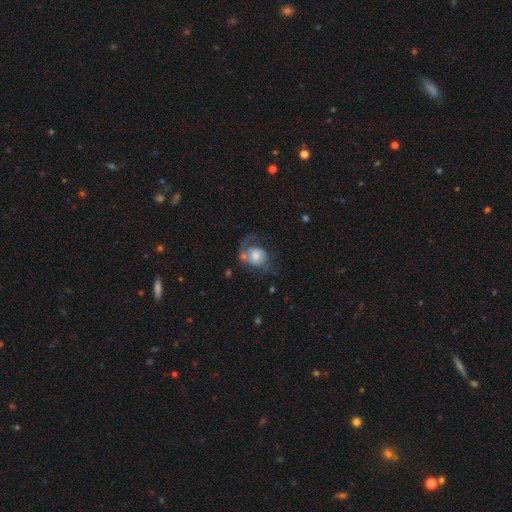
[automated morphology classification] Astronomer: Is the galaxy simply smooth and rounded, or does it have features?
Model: featured or disk — 55% (runner-up: smooth, 37%).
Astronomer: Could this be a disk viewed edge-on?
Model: no — 97%.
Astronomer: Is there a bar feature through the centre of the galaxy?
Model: no — 72%.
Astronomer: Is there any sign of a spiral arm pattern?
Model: yes — 81%.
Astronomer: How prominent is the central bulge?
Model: moderate — 39% (runner-up: small, 26%).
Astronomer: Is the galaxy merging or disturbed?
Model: none — 39% (runner-up: major disturbance, 31%).